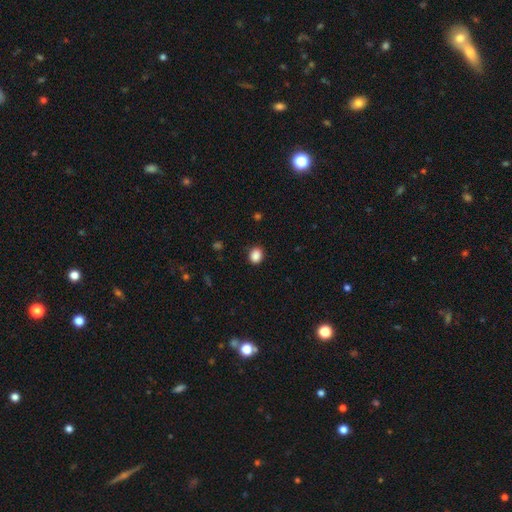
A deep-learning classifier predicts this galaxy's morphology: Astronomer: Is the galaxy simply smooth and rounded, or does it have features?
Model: smooth — 88%.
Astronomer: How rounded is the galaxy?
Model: round — 62% (runner-up: in between, 37%).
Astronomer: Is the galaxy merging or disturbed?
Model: none — 89%.